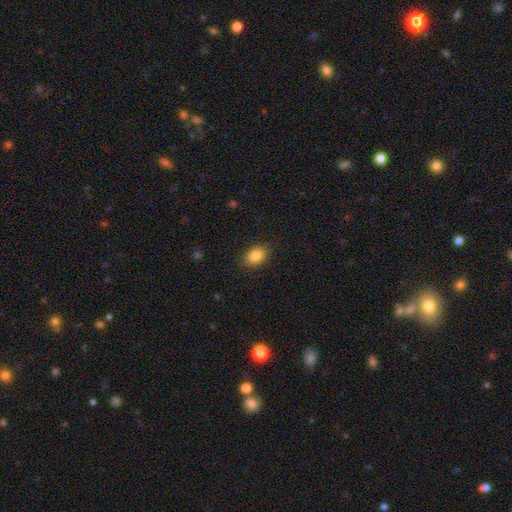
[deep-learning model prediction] A smooth galaxy with no disk features (85%) that is in between round and cigar-shaped (78%). Merging: none (85%).